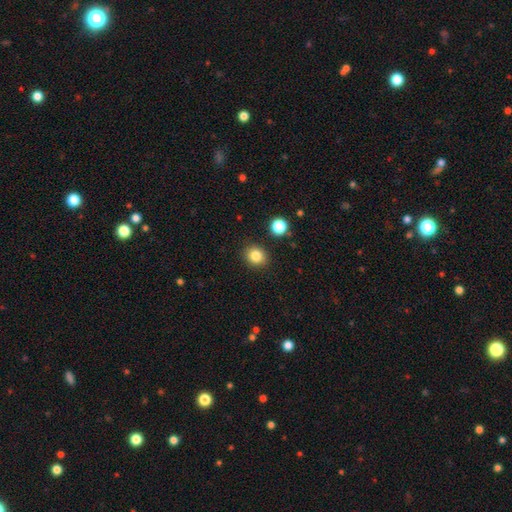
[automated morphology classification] This appears to be a smooth galaxy with no disk features (83%) that is round (74%). Merging: none (89%).